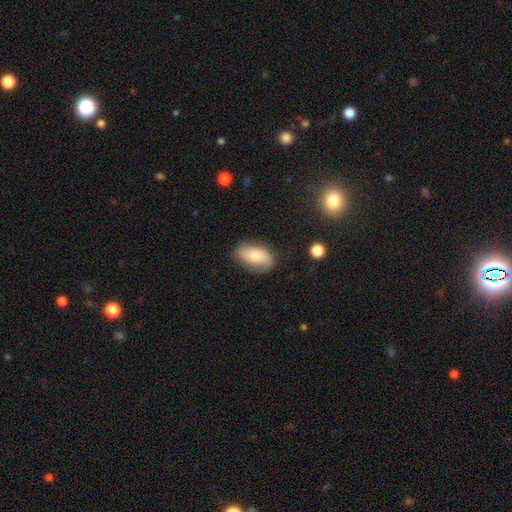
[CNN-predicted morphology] Smooth or featured? Predicted: smooth (p=0.71). How rounded? Predicted: in between (p=0.93). Merging? Predicted: none (p=0.76).